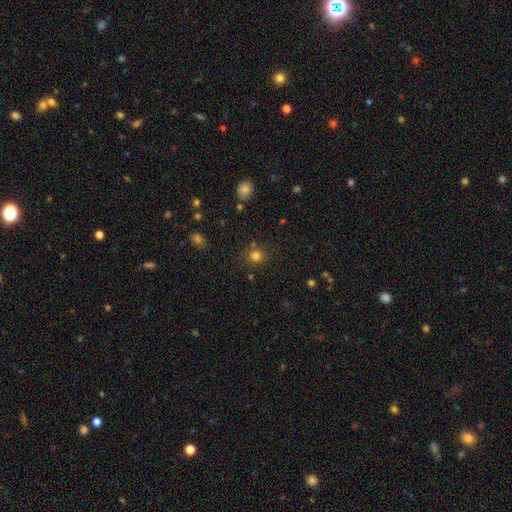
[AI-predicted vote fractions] A smooth galaxy with no disk features (78%) that is round (89%). Merging: none (82%).